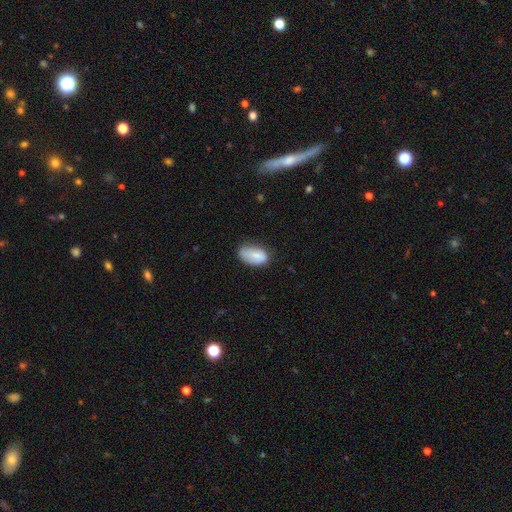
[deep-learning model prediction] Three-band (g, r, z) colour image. It shows a smooth galaxy with no disk features (77%) that is in between round and cigar-shaped (93%). Merging: none (59%).